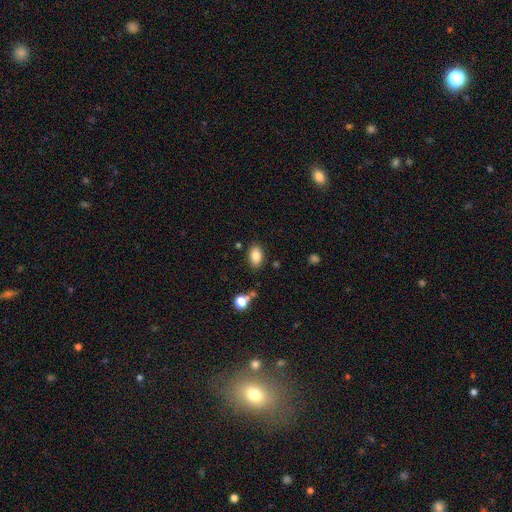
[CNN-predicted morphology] smooth-or-featured: smooth: 83% | star or artifact: 9% | featured or disk: 8%
  how-rounded: in between: 89% | round: 9% | cigar-shaped: 2%
  merging: none: 81% | minor disturbance: 12% | merger: 4% | major disturbance: 3%